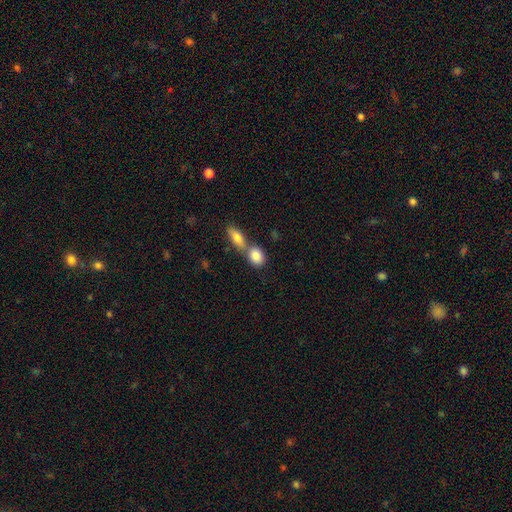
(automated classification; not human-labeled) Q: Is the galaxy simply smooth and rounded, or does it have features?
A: smooth — 84%.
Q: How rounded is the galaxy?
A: in between — 64%.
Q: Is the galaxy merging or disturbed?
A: merger — 51%.